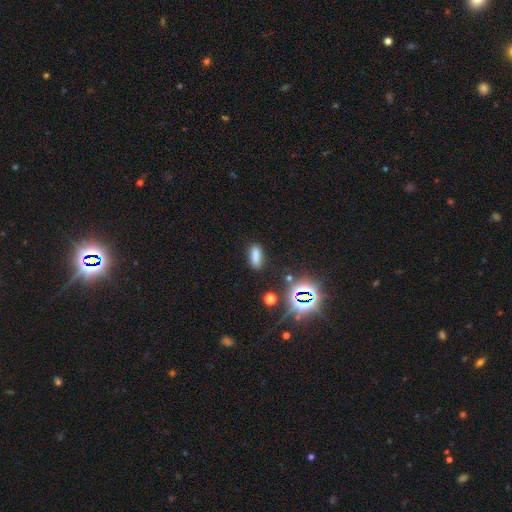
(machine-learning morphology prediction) smooth 74%, star or artifact 19%, featured or disk 7%. Down the decision tree: how rounded — in between (76%); merging — none (80%).